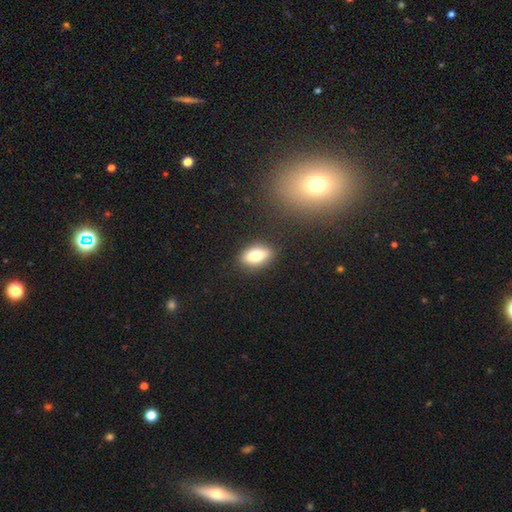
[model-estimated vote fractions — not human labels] Overall: smooth (73%). How rounded: in between (82%). Merging: none (86%).